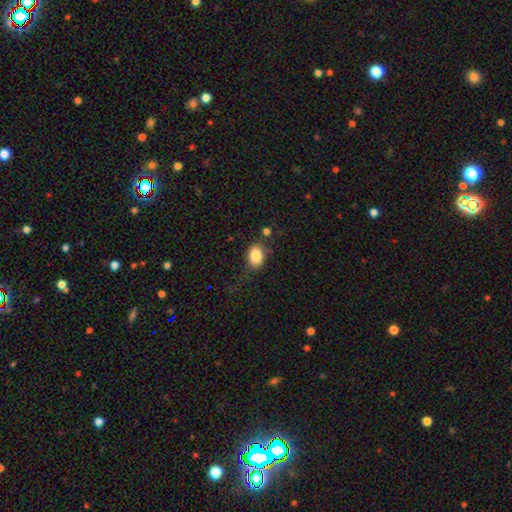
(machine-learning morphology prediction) type=smooth (83%); roundness=in between (73%); merging=none (70%).